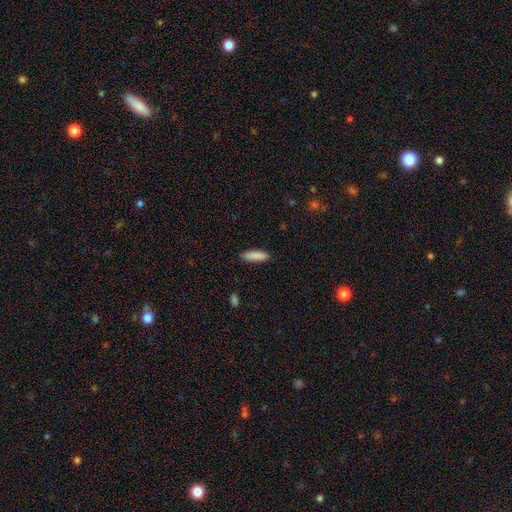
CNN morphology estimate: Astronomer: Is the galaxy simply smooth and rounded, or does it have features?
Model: smooth — 89%.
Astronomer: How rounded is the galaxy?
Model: cigar-shaped — 62%.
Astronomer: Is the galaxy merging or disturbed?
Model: none — 88%.